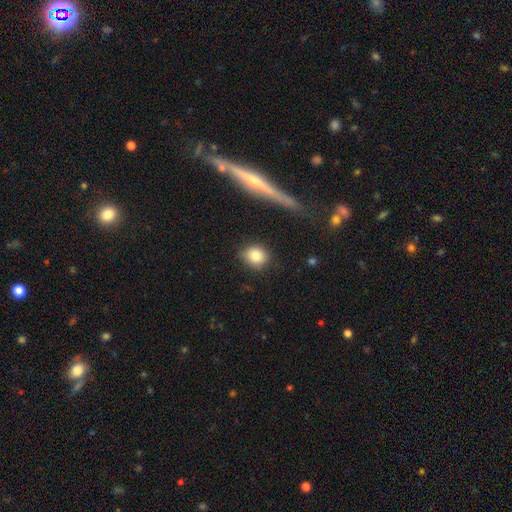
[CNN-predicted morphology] This is clearly a smooth galaxy (82%). How rounded: likely round (77%). Merging: clearly none (83%).